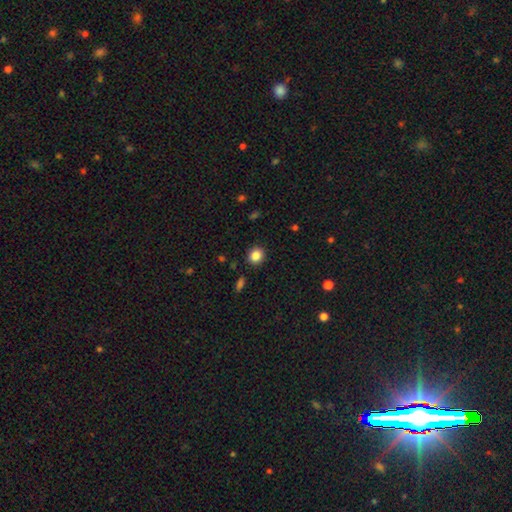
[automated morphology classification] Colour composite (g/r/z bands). It shows a smooth galaxy with no disk features (86%) that is round (77%). Merging: none (90%).